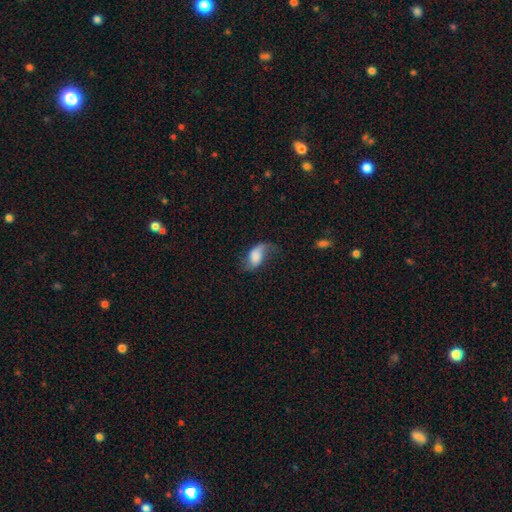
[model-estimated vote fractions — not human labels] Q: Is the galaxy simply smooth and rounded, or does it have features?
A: smooth — 52%.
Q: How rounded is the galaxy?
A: in between — 89%.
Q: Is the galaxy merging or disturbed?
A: none — 37%.